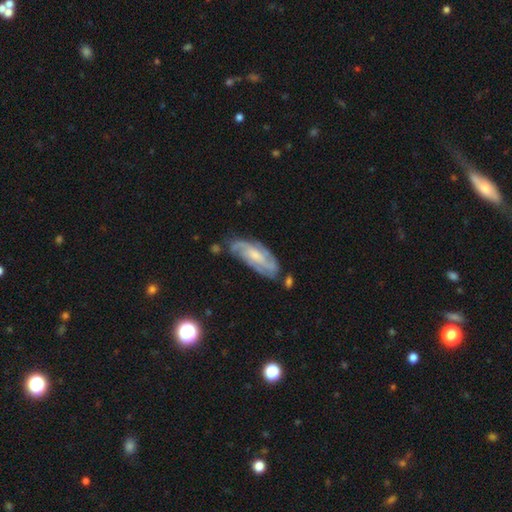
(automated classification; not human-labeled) Smooth or featured: featured or disk — 78% (smooth — 15%)
Edge-on disk: no — 90% (yes — 10%)
Bar: no — 54% (weak — 38%)
Spiral arms: yes — 95% (no — 5%)
Spiral winding: tight — 47% (medium — 41%)
Spiral arm count: 3 — 31% (can't tell — 25%)
Bulge size: small — 45% (moderate — 41%)
Merging: none — 68% (minor disturbance — 21%)